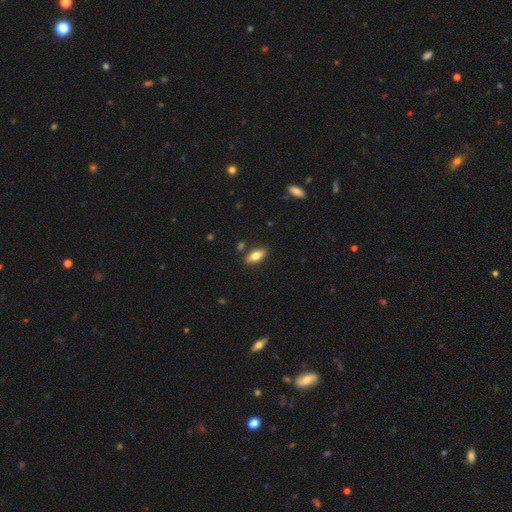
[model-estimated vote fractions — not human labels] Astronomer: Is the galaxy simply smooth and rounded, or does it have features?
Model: smooth — 71%.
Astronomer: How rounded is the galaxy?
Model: in between — 81%.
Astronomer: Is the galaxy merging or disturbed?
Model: none — 84%.